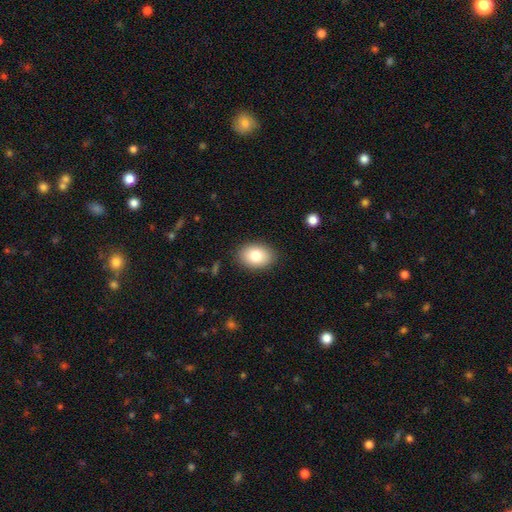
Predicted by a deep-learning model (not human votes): smooth_or_featured: smooth (p=0.81) [alt: featured or disk p=0.11]
how_rounded: in between (p=0.80) [alt: round p=0.19]
merging: none (p=0.87) [alt: minor disturbance p=0.09]